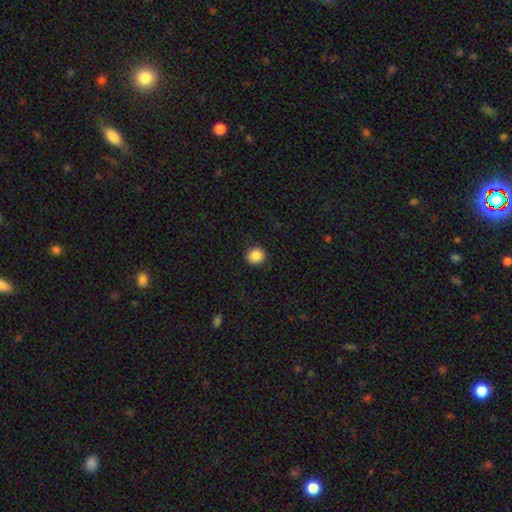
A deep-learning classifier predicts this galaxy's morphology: Smooth or featured? smooth (87%)
How rounded? round (89%)
Merging? none (91%)